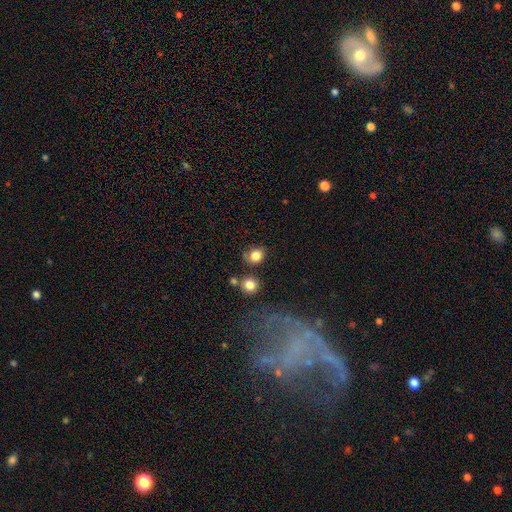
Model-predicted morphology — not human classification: A smooth galaxy with no disk features (83%) that is round (66%).

Vote fractions:
- Smooth or featured? smooth: 83% / star or artifact: 10% / featured or disk: 6%
- How rounded? round: 66% / in between: 33% / cigar-shaped: 1%
- Merging? none: 68% / minor disturbance: 17% / merger: 10% / major disturbance: 6%